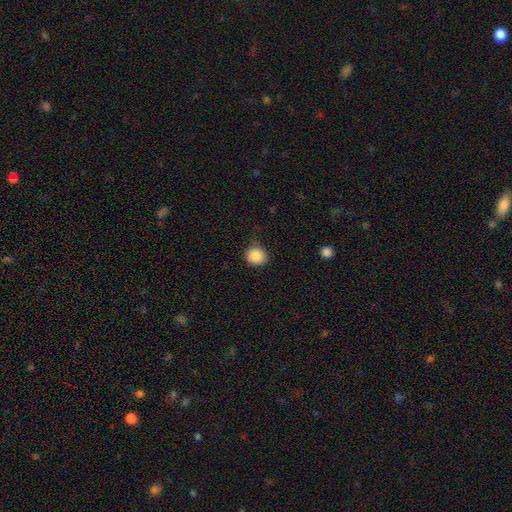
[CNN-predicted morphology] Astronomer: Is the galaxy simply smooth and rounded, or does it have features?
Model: smooth — 87%.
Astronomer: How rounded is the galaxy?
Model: round — 83%.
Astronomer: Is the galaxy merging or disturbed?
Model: none — 76%.